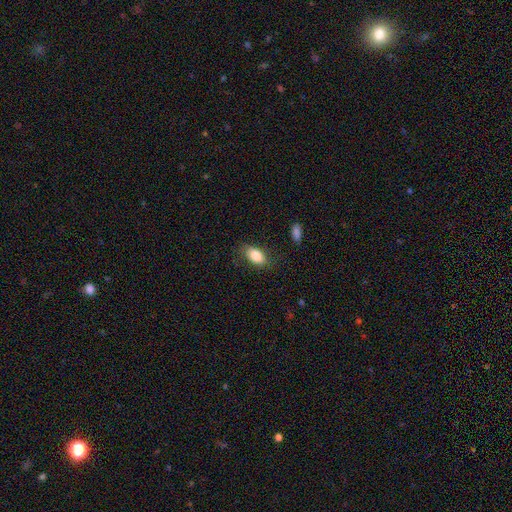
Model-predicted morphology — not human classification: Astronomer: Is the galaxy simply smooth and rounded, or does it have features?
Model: smooth — 83%.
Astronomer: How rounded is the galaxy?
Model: in between — 90%.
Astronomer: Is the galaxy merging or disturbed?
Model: none — 78%.